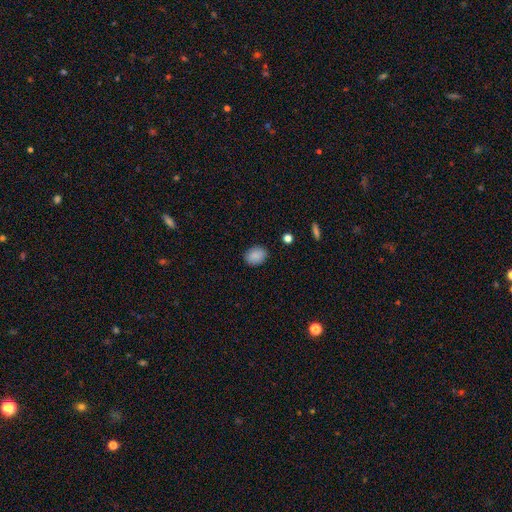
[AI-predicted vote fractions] This appears to be a smooth galaxy with no disk features (88%) that is in between round and cigar-shaped (59%). Merging: none (86%).